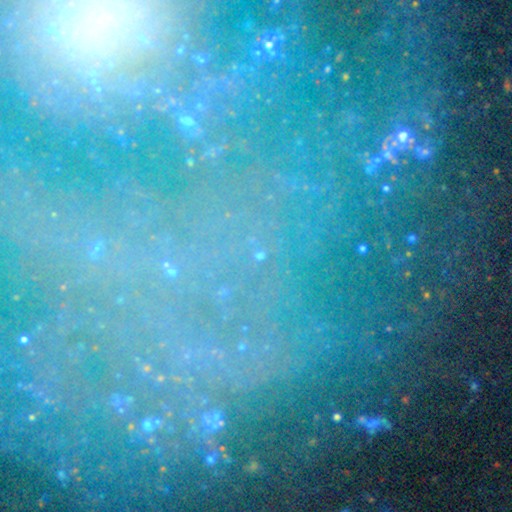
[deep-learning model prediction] This is likely a star or artifact rather than a galaxy (63%).